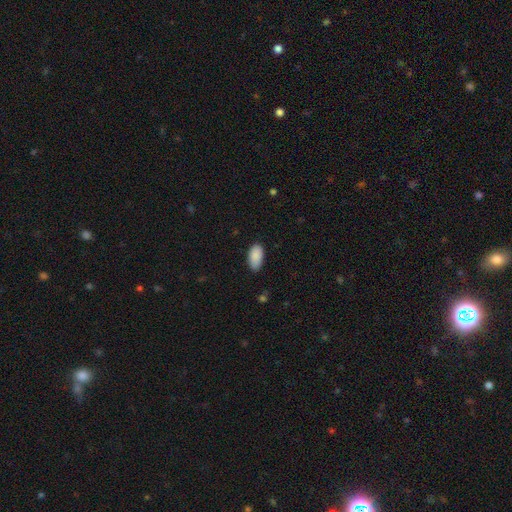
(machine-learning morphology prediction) This appears to be a smooth galaxy with no disk features (89%) that is in between round and cigar-shaped (95%). Merging: none (78%).